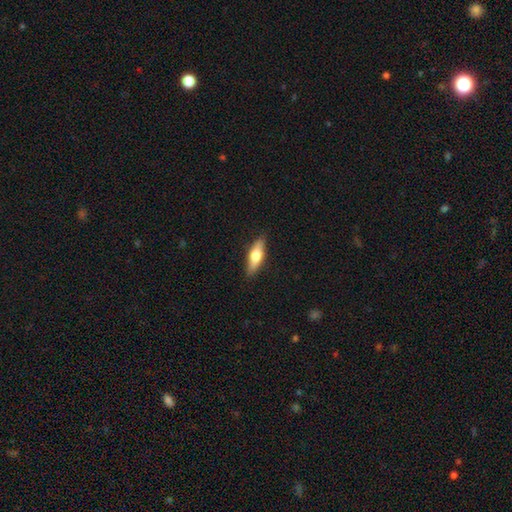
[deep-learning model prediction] Smooth or featured? smooth (62%)
How rounded? in between (51%)
Merging? none (87%)